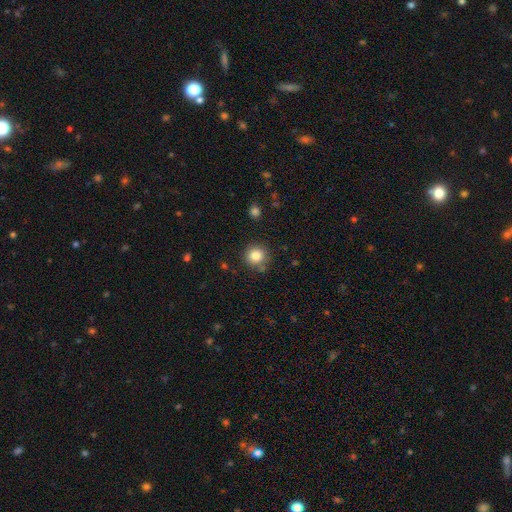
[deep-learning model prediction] This is clearly a smooth galaxy (84%). How rounded: clearly round (92%). Merging: clearly none (81%).